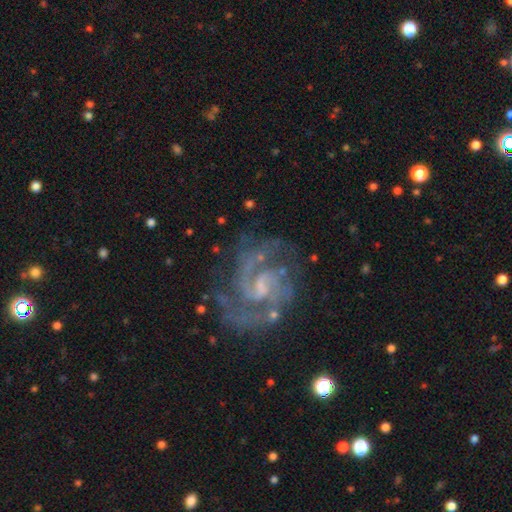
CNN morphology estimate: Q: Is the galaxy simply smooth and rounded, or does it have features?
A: featured or disk — 90%.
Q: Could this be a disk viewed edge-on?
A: no — 98%.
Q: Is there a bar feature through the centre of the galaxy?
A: weak — 58%.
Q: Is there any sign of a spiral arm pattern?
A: yes — 98%.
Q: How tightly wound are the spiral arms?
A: medium — 57%.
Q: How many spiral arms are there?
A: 2 — 76%.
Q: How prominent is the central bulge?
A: small — 49%.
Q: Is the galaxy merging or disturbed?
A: none — 70%.